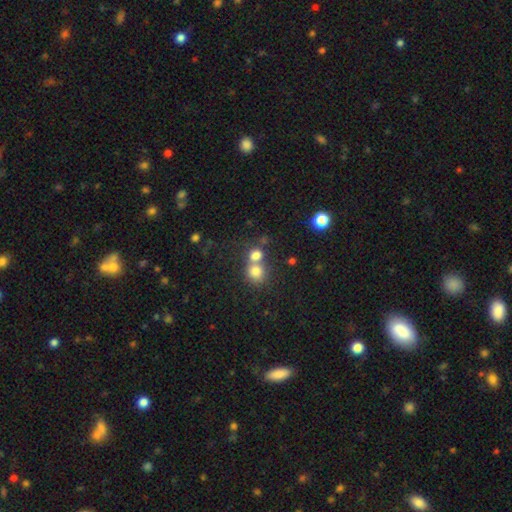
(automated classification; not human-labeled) Smooth or featured? smooth (76%)
How rounded? round (75%)
Merging? merger (53%)